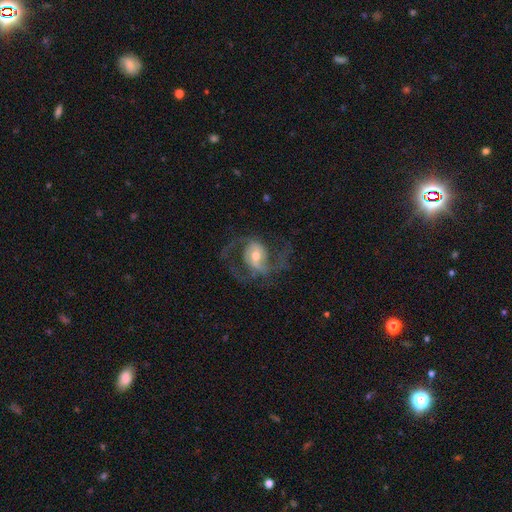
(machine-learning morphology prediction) smooth-or-featured: featured or disk: 86% | smooth: 8% | star or artifact: 6%
  disk-edge-on: no: 98% | yes: 2%
    bar: weak: 43% | no: 36% | strong: 21%
    has-spiral-arms: yes: 94% | no: 6%
      spiral-winding: medium: 51% | loose: 39% | tight: 11%
      spiral-arm-count: 2: 82% | 3: 7% | can't tell: 5% | 1: 3% | 4: 2% | more than 4: 2%
    bulge-size: moderate: 62% | small: 29% | large: 7% | none: 1% | dominant: 1%
  merging: none: 64% | major disturbance: 20% | minor disturbance: 15% | merger: 2%